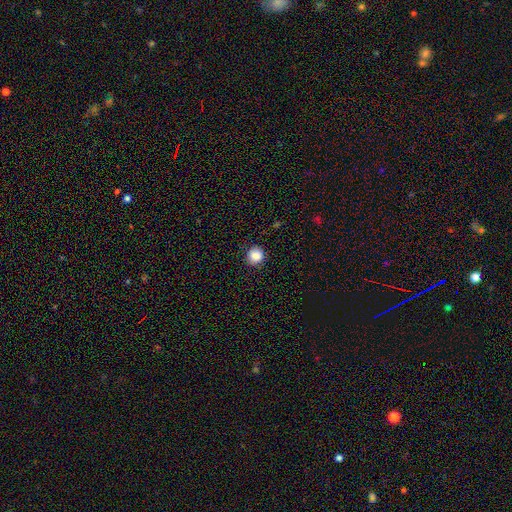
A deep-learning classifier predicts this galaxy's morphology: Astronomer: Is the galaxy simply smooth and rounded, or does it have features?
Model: smooth — 86%.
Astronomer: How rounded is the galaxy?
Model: round — 90%.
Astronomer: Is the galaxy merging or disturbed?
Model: none — 89%.